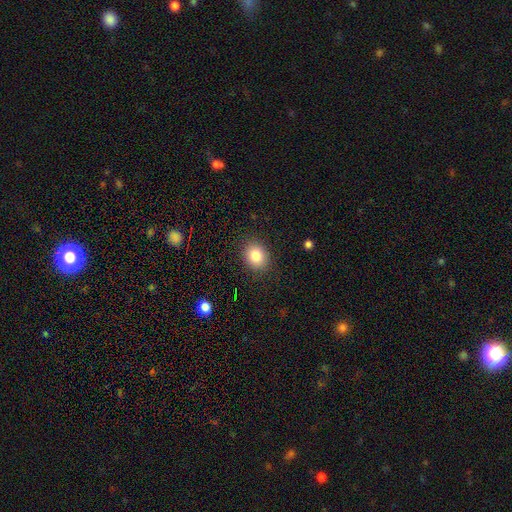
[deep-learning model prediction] Smooth or featured? smooth (83%)
How rounded? round (62%)
Merging? none (88%)